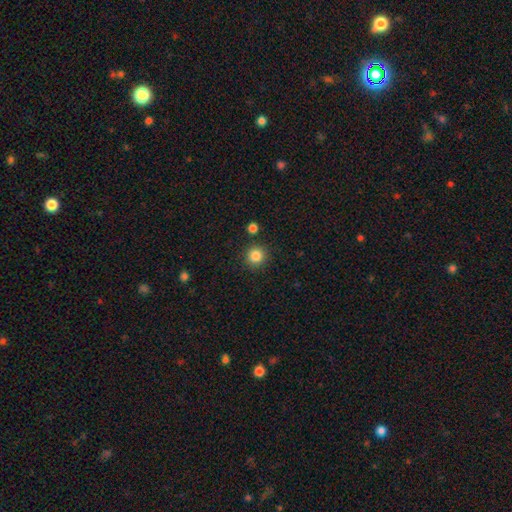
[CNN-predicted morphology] type=smooth (85%); roundness=round (94%); merging=none (89%).